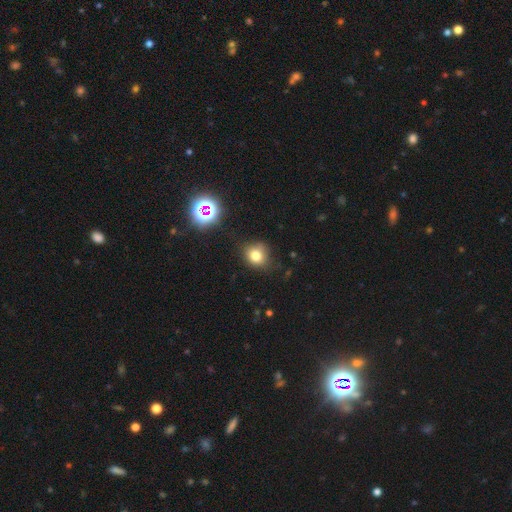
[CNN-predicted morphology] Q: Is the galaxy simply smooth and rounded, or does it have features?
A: smooth — 76%.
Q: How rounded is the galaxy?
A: round — 78%.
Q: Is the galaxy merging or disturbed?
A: none — 77%.